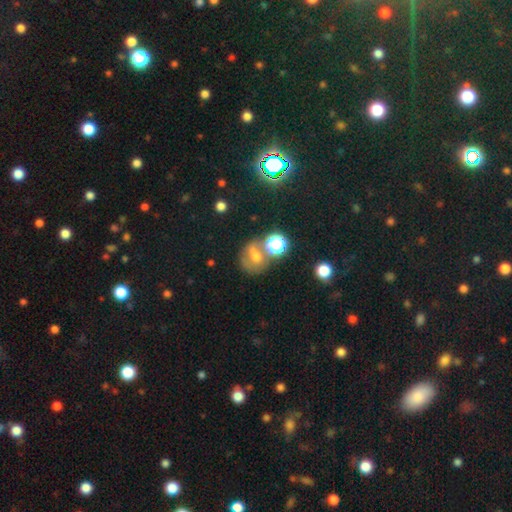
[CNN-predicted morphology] This is marginally a smooth galaxy (41%). Merging: possibly none (50%).